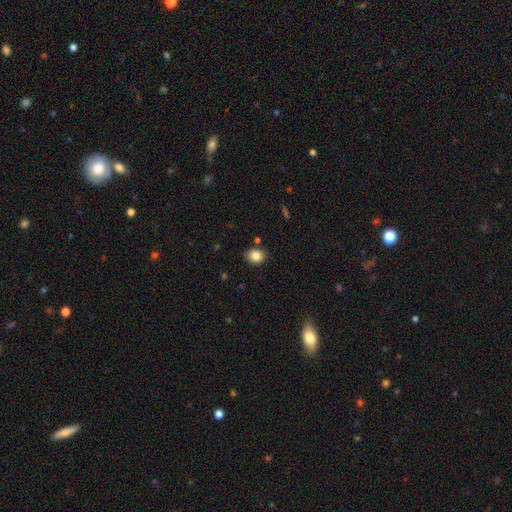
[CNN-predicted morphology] type=smooth (84%); roundness=round (61%); merging=none (85%).